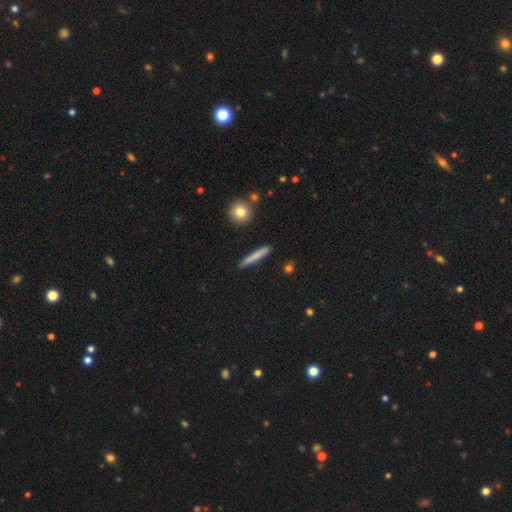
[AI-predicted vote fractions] This is likely a smooth galaxy (69%). How rounded: clearly cigar-shaped (93%). Merging: clearly none (91%).